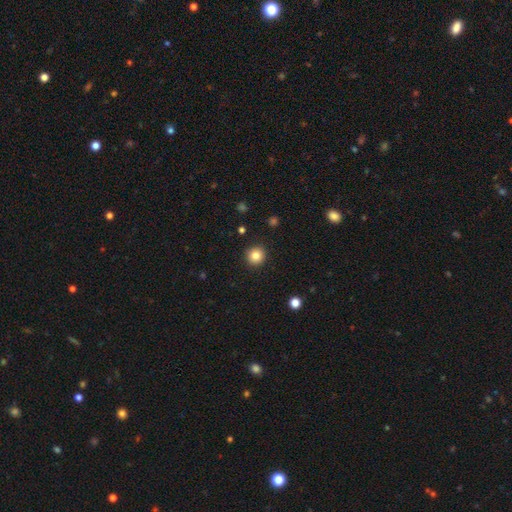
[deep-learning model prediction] Smooth or featured? Predicted: smooth (p=0.83). How rounded? Predicted: round (p=0.94). Merging? Predicted: none (p=0.92).